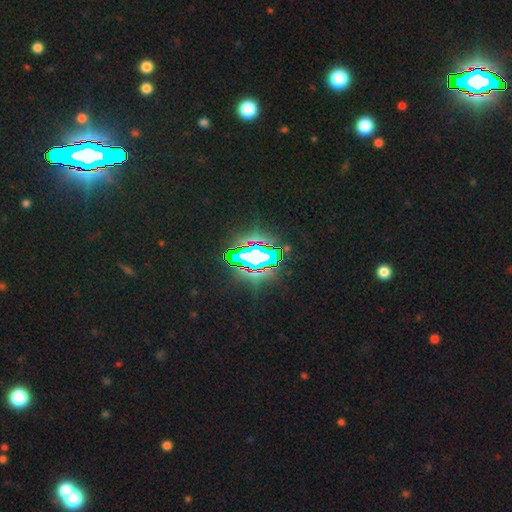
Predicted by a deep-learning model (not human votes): star or artifact 69%, smooth 16%, featured or disk 15%.